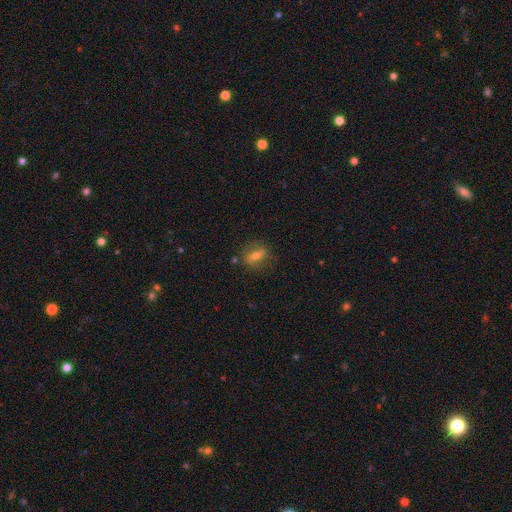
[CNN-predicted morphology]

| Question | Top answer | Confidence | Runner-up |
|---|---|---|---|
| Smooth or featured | smooth | 49% | featured or disk (39%) |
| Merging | none | 78% | minor disturbance (14%) |